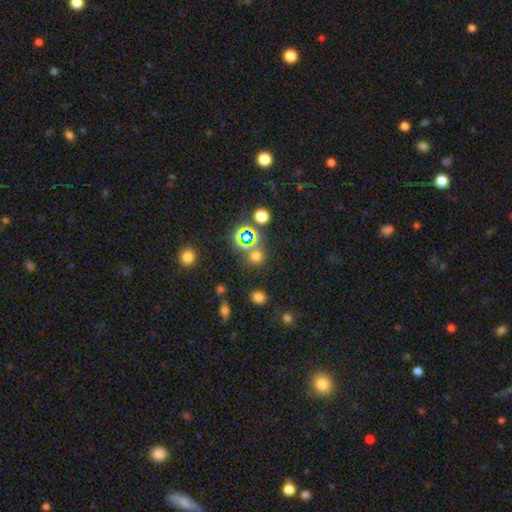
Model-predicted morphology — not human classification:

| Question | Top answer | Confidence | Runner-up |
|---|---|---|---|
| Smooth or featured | smooth | 55% | star or artifact (38%) |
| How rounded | round | 87% | in between (12%) |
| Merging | none | 72% | merger (15%) |